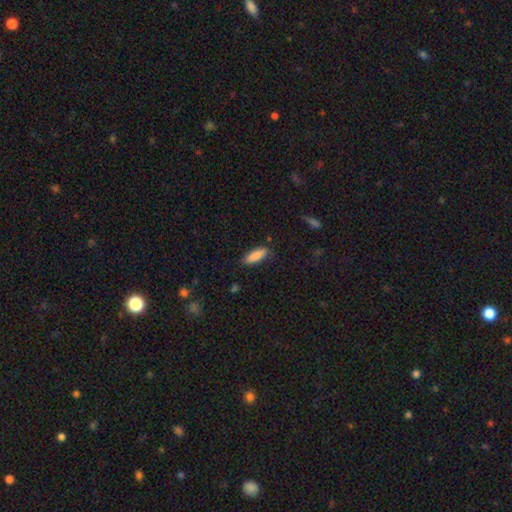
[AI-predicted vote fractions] The model was most divided on "how rounded": in between: 55%, cigar-shaped: 44%, round: 2%. More confident: smooth or featured — smooth (88%); merging — none (84%).